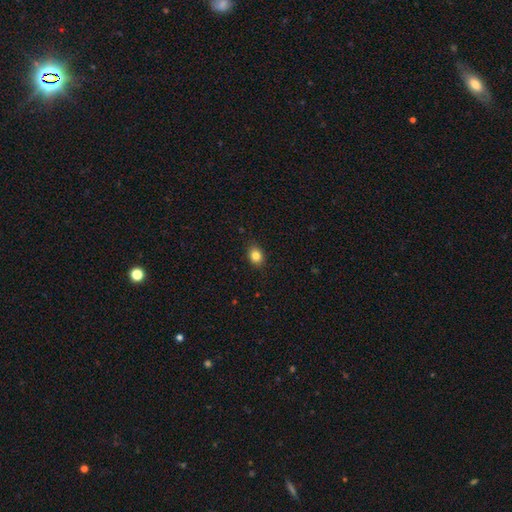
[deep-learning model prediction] Smooth or featured?
  - smooth: 84% *
  - star or artifact: 10%
  - featured or disk: 6%
How rounded?
  - in between: 58% *
  - round: 41%
  - cigar-shaped: 1%
Merging?
  - none: 87% *
  - minor disturbance: 10%
  - major disturbance: 2%
  - merger: 1%